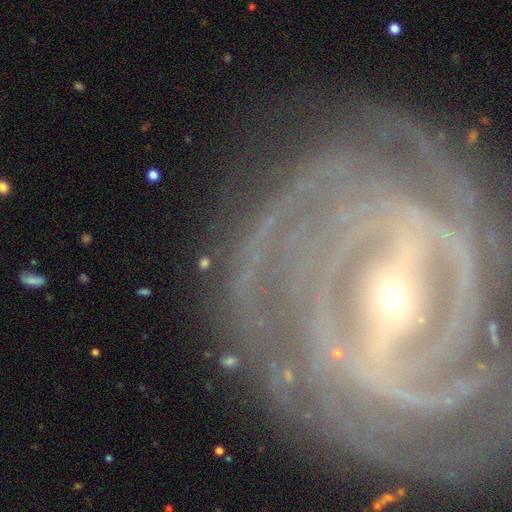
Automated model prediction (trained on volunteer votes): Smooth or featured?
  - featured or disk: 83% *
  - star or artifact: 9%
  - smooth: 8%
Edge-on disk?
  - no: 92% *
  - yes: 8%
Bar?
  - strong: 64% *
  - weak: 21%
  - no: 15%
Spiral arms?
  - yes: 90% *
  - no: 10%
Spiral winding?
  - tight: 72% *
  - medium: 21%
  - loose: 7%
Spiral arm count?
  - can't tell: 26% *
  - 2: 24%
  - 3: 16%
  - 4: 14%
  - more than 4: 11%
  - 1: 9%
Bulge size?
  - small: 67% *
  - moderate: 27%
  - large: 3%
  - dominant: 2%
  - none: 1%
Merging?
  - none: 76% *
  - minor disturbance: 13%
  - major disturbance: 8%
  - merger: 3%